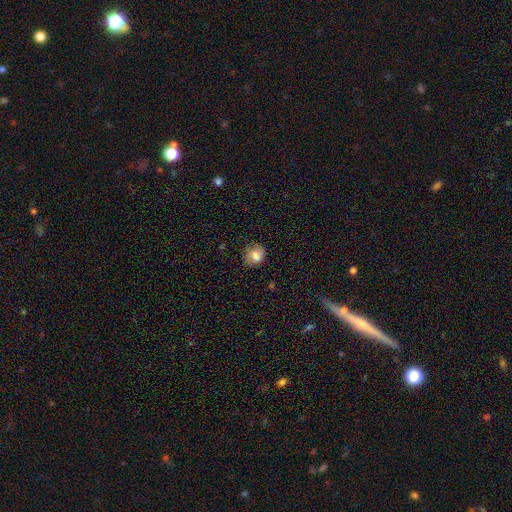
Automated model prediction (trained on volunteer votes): Overall: smooth (80%). How rounded: round (68%; in between 31%). Merging: none (71%).